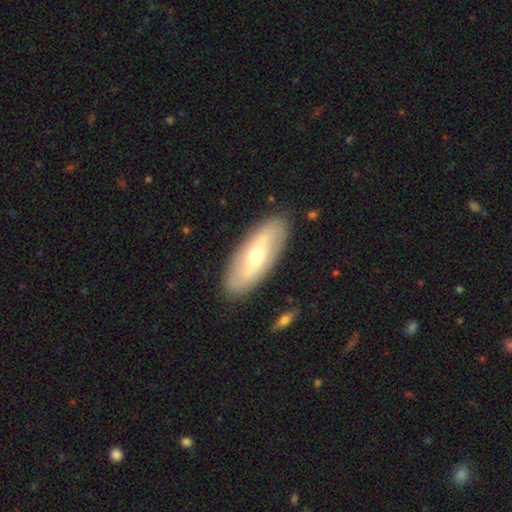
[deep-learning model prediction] Smooth or featured? Predicted: featured or disk (p=0.53). Edge-on disk? Predicted: no (p=0.79). Merging? Predicted: none (p=0.87).